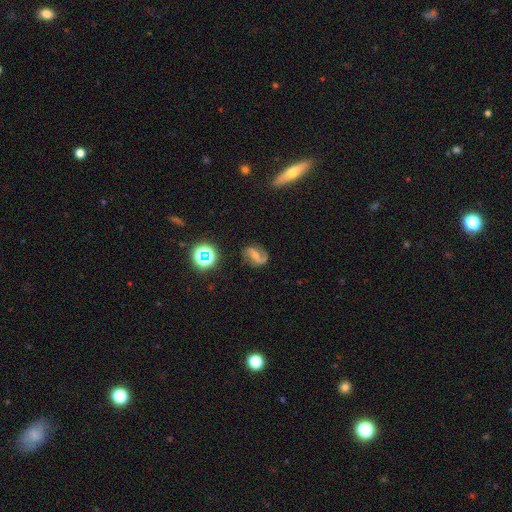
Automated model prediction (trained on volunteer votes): Smooth or featured? Predicted: featured or disk (p=0.76). Edge-on disk? Predicted: no (p=0.97). Bar? Predicted: strong (p=0.43). Spiral arms? Predicted: yes (p=0.93). Spiral winding? Predicted: loose (p=0.53). Spiral arm count? Predicted: 2 (p=0.90). Bulge size? Predicted: small (p=0.54). Merging? Predicted: none (p=0.79).